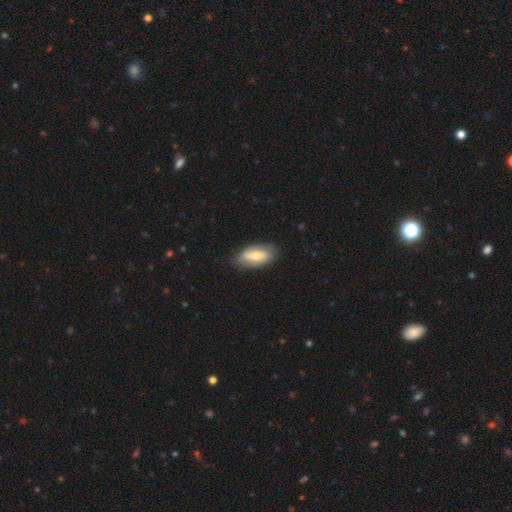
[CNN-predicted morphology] The model was most divided on "smooth or featured": smooth: 54%, featured or disk: 40%, star or artifact: 6%. More confident: how rounded — in between (90%); merging — none (77%).